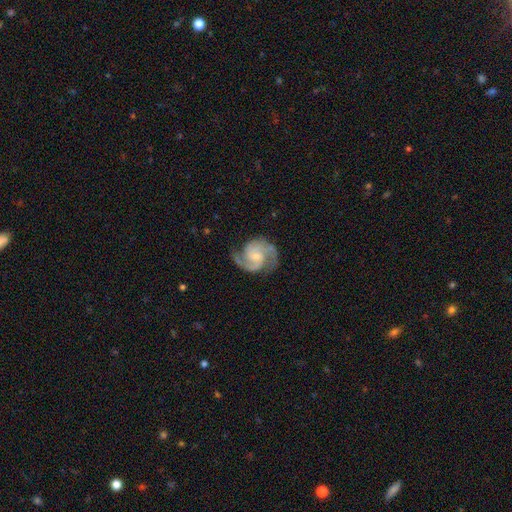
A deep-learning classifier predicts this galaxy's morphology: A featured or disk galaxy (91%) with no bar (59%), 2 (84%) medium (56%) spiral arms (98%) and a small central bulge (61%). Merging: none (75%).